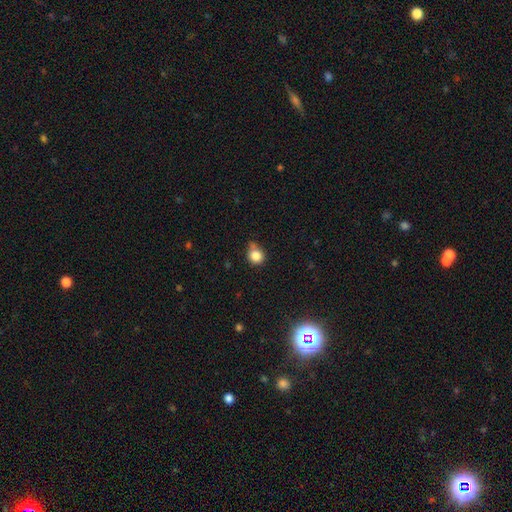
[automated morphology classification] smooth 84%, star or artifact 11%, featured or disk 5%. Down the decision tree: how rounded — round (85%); merging — none (60%).